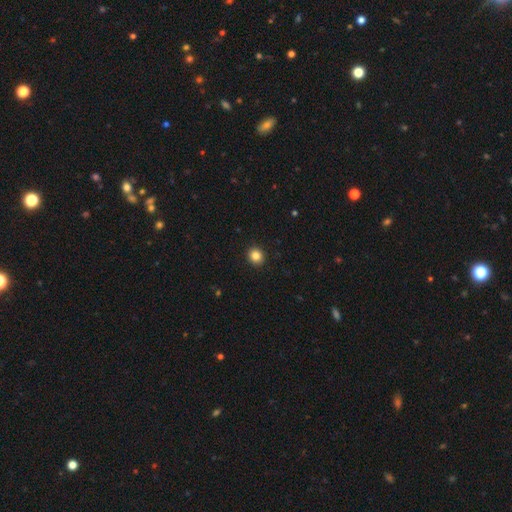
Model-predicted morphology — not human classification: A smooth galaxy with no disk features (84%) that is round (85%).

Vote fractions:
- Smooth or featured? smooth: 84% / star or artifact: 11% / featured or disk: 5%
- How rounded? round: 85% / in between: 14% / cigar-shaped: 1%
- Merging? none: 93% / minor disturbance: 5% / major disturbance: 2% / merger: 1%